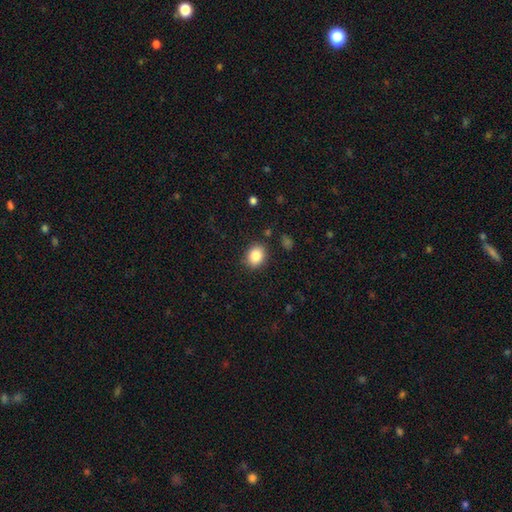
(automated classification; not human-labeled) Overall: smooth (84%). How rounded: round (59%; in between 40%). Merging: none (86%).